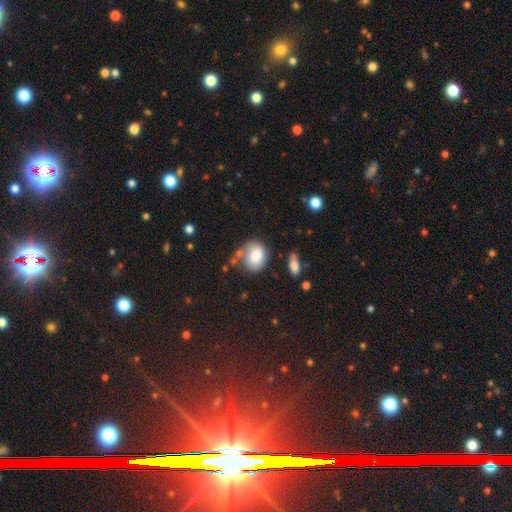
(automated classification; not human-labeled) smooth_or_featured: smooth (p=0.78) [alt: featured or disk p=0.14]
how_rounded: round (p=0.53) [alt: in between p=0.46]
merging: none (p=0.57) [alt: minor disturbance p=0.22]